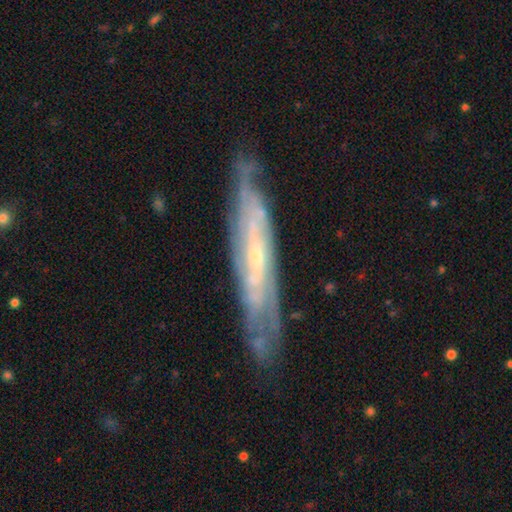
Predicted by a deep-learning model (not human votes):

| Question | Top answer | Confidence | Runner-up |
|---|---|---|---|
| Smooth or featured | featured or disk | 82% | smooth (12%) |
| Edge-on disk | no | 56% | yes (44%) |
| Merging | none | 77% | minor disturbance (17%) |